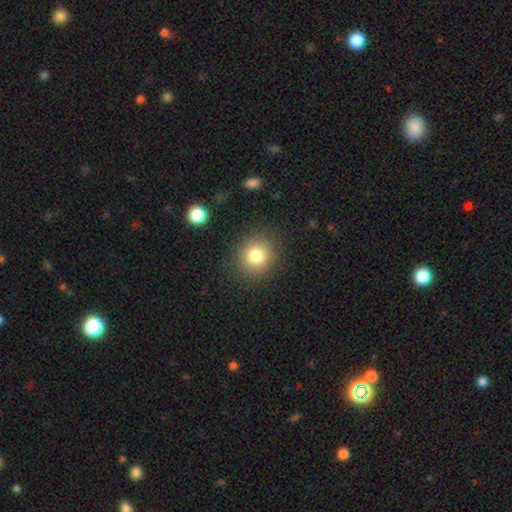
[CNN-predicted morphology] A smooth galaxy with no disk features (80%) that is round (86%).

Vote fractions:
- Smooth or featured? smooth: 80% / star or artifact: 12% / featured or disk: 8%
- How rounded? round: 86% / in between: 13% / cigar-shaped: 1%
- Merging? none: 87% / minor disturbance: 8% / major disturbance: 3% / merger: 2%